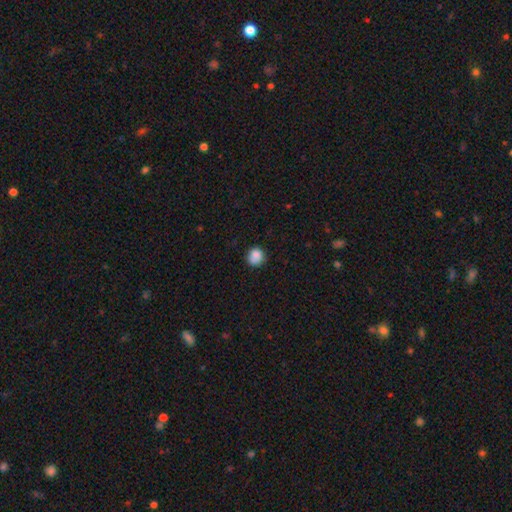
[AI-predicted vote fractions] This is clearly a smooth galaxy (84%). How rounded: clearly round (83%). Merging: likely none (70%).